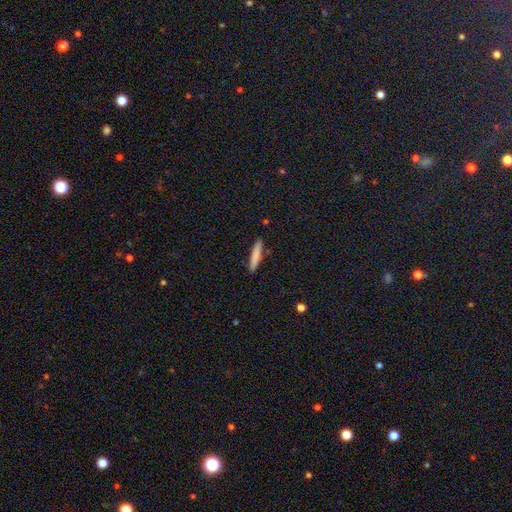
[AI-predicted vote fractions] Smooth or featured?
  - smooth: 79% *
  - featured or disk: 14%
  - star or artifact: 6%
How rounded?
  - cigar-shaped: 89% *
  - in between: 10%
  - round: 1%
Merging?
  - none: 87% *
  - minor disturbance: 9%
  - merger: 2%
  - major disturbance: 2%